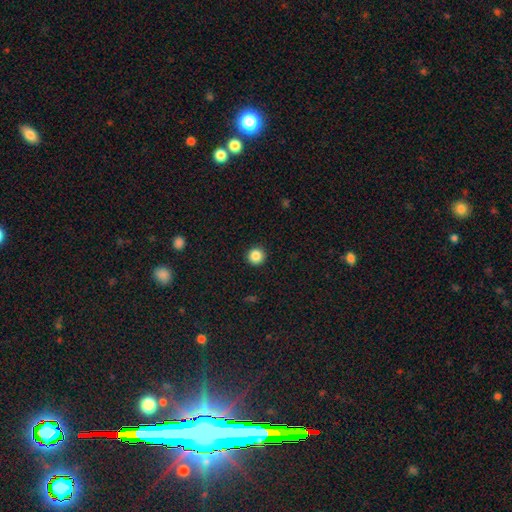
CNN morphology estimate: Smooth or featured?
  - smooth: 86% *
  - star or artifact: 11%
  - featured or disk: 3%
How rounded?
  - round: 96% *
  - in between: 3%
  - cigar-shaped: 1%
Merging?
  - none: 93% *
  - minor disturbance: 5%
  - major disturbance: 2%
  - merger: 1%